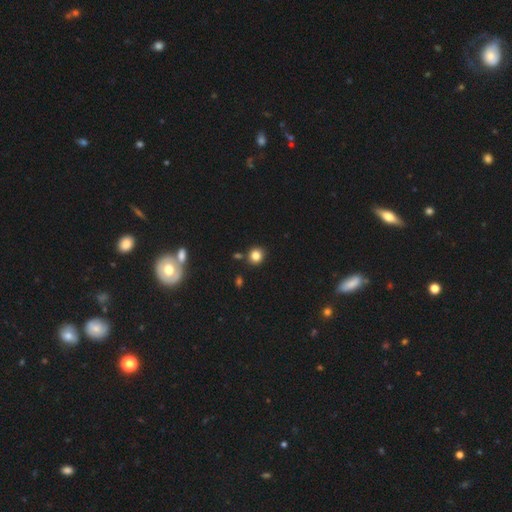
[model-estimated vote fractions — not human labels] smooth 82%, star or artifact 12%, featured or disk 5%. Down the decision tree: how rounded — round (87%); merging — none (84%).